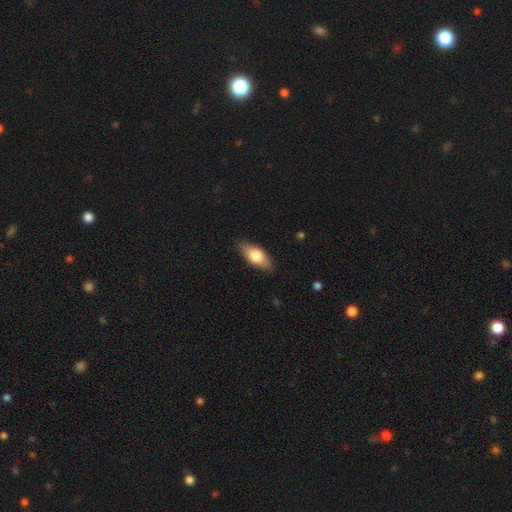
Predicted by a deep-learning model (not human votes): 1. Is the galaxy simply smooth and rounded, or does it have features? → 71% smooth, 23% featured or disk, 6% star or artifact.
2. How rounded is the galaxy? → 83% in between, 14% cigar-shaped, 3% round.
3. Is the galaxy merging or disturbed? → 87% none, 10% minor disturbance, 2% major disturbance, 1% merger.